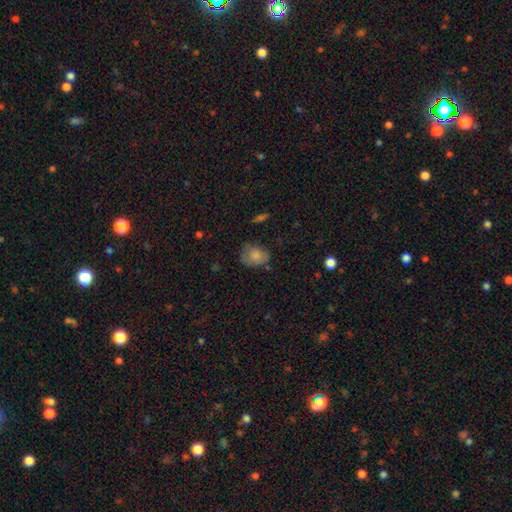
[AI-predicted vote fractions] Smooth or featured?
  - smooth: 77% *
  - featured or disk: 14%
  - star or artifact: 9%
How rounded?
  - in between: 57% *
  - round: 41%
  - cigar-shaped: 1%
Merging?
  - none: 56% *
  - minor disturbance: 30%
  - major disturbance: 11%
  - merger: 3%